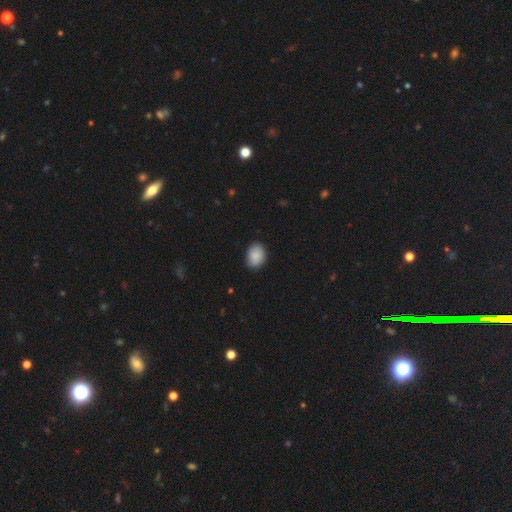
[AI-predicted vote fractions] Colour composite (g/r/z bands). It shows a smooth galaxy with no disk features (88%) that is in between round and cigar-shaped (64%). Merging: none (85%).